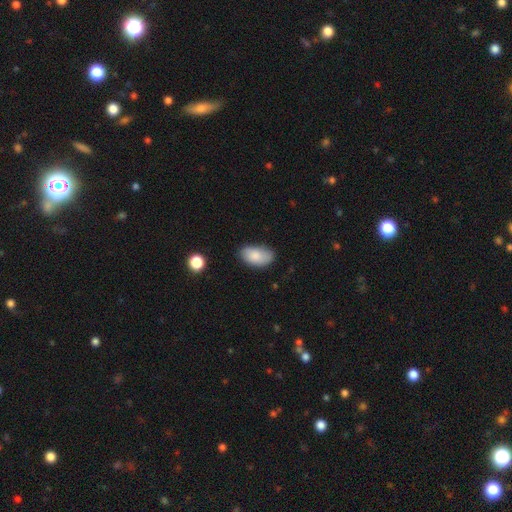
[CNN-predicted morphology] Smooth or featured? smooth (84%)
How rounded? in between (94%)
Merging? none (72%)